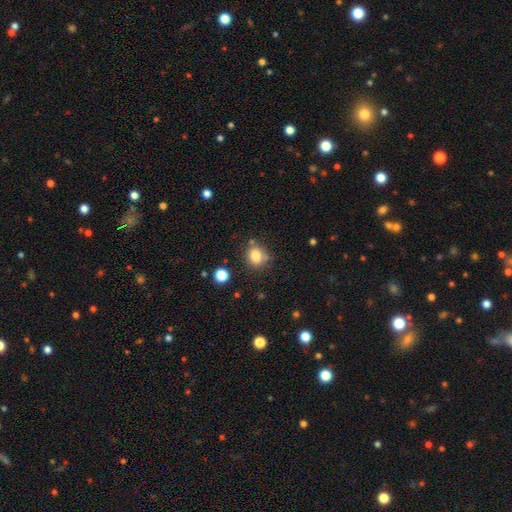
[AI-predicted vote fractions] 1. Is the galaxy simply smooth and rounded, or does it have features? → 81% smooth, 11% star or artifact, 7% featured or disk.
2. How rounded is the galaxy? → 64% round, 35% in between, 1% cigar-shaped.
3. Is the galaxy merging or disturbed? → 72% none, 16% minor disturbance, 8% merger, 4% major disturbance.